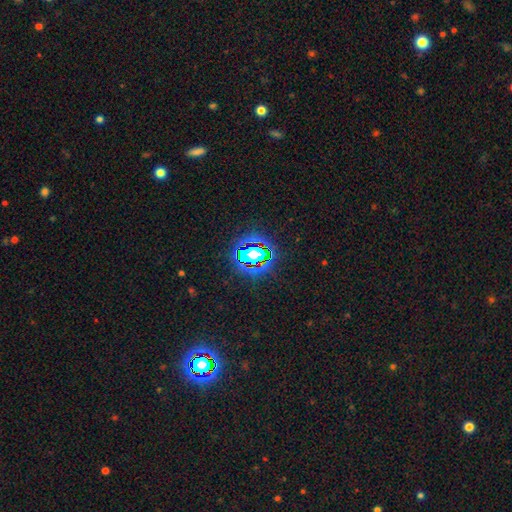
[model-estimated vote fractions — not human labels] Smooth or featured? Predicted: star or artifact (p=0.82).